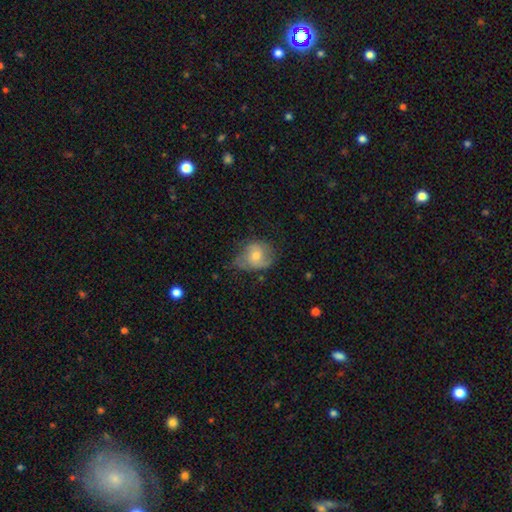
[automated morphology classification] smooth_or_featured: smooth (p=0.57) [alt: featured or disk p=0.36]
how_rounded: round (p=0.54) [alt: in between p=0.45]
merging: none (p=0.44) [alt: minor disturbance p=0.37]